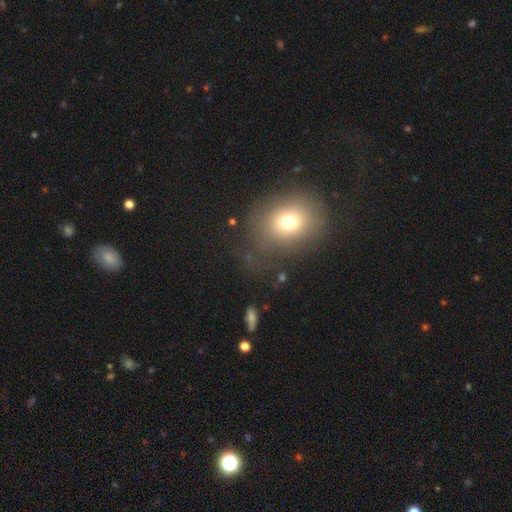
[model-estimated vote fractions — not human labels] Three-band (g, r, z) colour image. It shows a smooth galaxy with no disk features (67%) that is round (63%). Merging: none (67%).